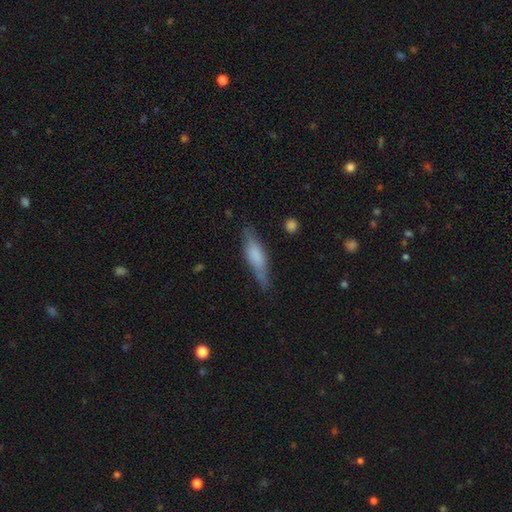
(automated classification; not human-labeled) smooth_or_featured: smooth (p=0.60) [alt: featured or disk p=0.33]
how_rounded: cigar-shaped (p=0.71) [alt: in between p=0.27]
merging: none (p=0.73) [alt: minor disturbance p=0.20]